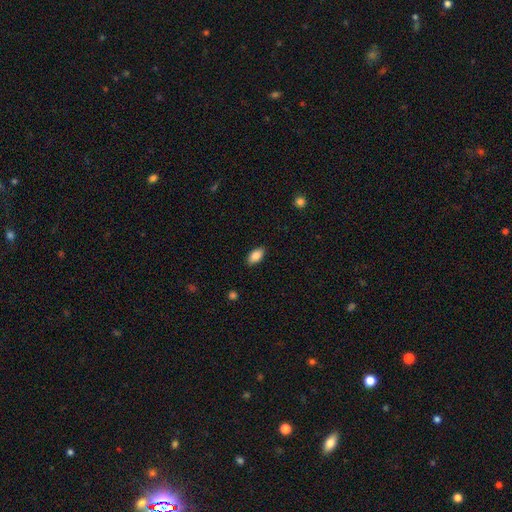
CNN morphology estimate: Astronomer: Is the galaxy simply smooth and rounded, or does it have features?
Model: smooth — 87%.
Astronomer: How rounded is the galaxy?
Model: in between — 93%.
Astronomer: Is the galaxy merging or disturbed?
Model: none — 88%.